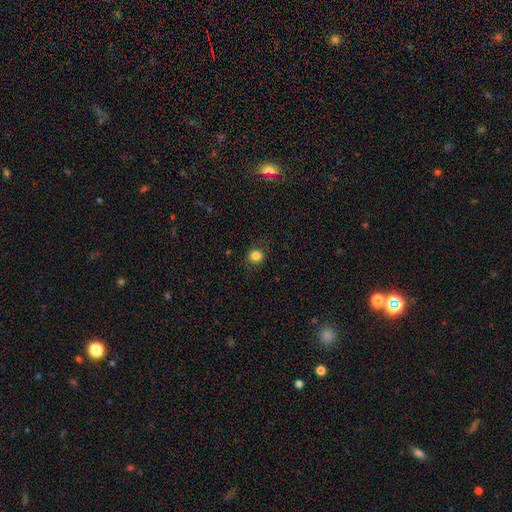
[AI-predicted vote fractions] The model was most divided on "smooth or featured": smooth: 83%, star or artifact: 12%, featured or disk: 5%. More confident: merging — none (87%); how rounded — round (87%).